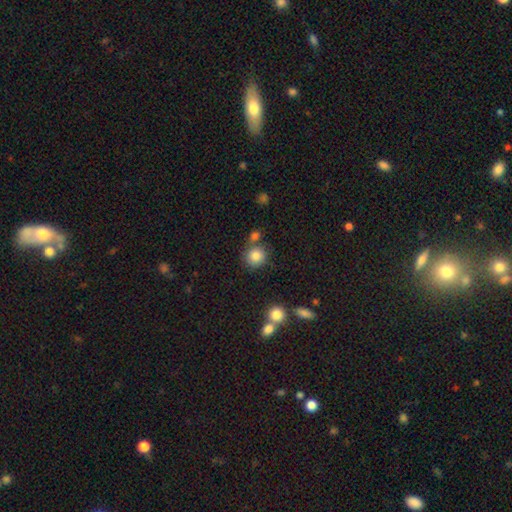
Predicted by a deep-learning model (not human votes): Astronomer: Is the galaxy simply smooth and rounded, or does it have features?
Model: smooth — 83%.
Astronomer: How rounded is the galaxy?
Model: round — 87%.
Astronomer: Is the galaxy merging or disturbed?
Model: none — 69%.